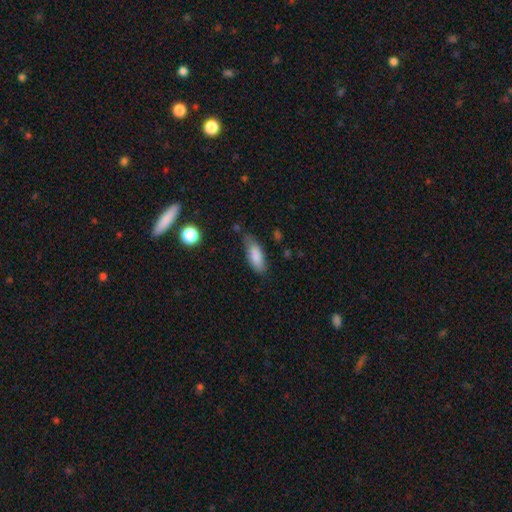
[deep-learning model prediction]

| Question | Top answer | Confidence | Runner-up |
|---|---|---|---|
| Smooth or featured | smooth | 85% | featured or disk (8%) |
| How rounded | in between | 71% | cigar-shaped (26%) |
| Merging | none | 64% | minor disturbance (28%) |